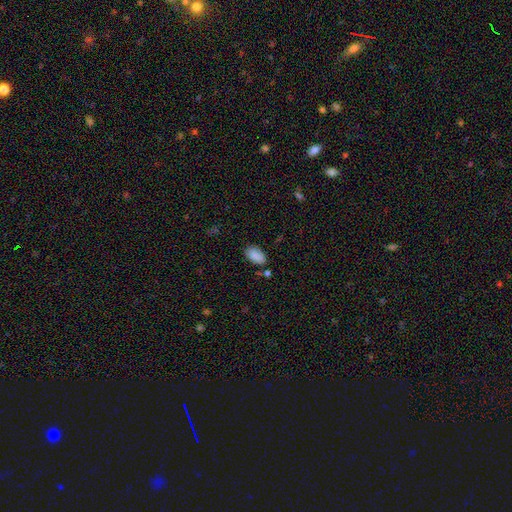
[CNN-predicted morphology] Q: Smooth or featured?
A: smooth (88%); runner-up: star or artifact (8%)
Q: How rounded?
A: in between (93%); runner-up: round (5%)
Q: Merging?
A: none (76%); runner-up: minor disturbance (15%)